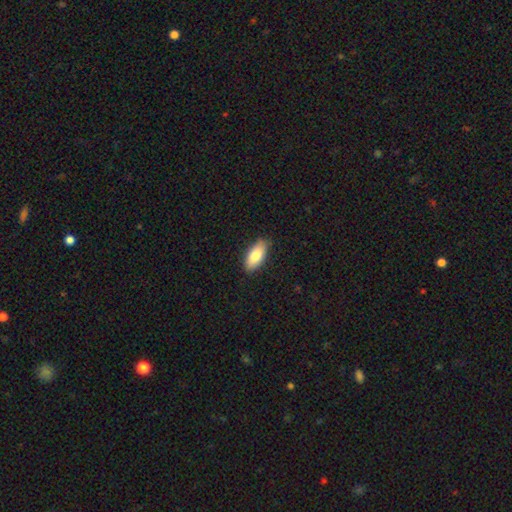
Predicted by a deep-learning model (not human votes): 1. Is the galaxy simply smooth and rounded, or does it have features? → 80% smooth, 14% featured or disk, 6% star or artifact.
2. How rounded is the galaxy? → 87% in between, 11% cigar-shaped, 2% round.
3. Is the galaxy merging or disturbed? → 87% none, 11% minor disturbance, 2% major disturbance, 1% merger.